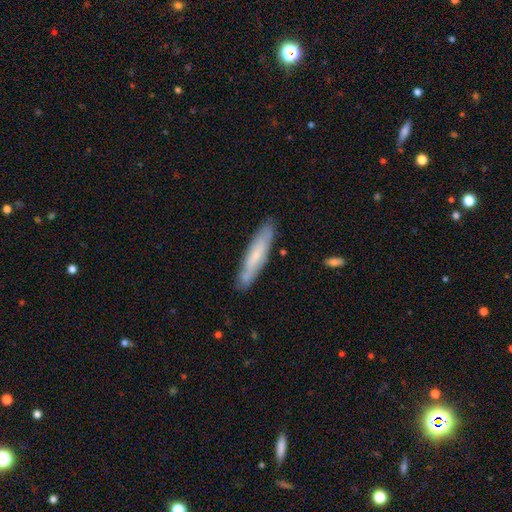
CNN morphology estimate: Q: Smooth or featured?
A: smooth (56%); runner-up: featured or disk (38%)
Q: How rounded?
A: cigar-shaped (85%); runner-up: in between (14%)
Q: Merging?
A: none (82%); runner-up: minor disturbance (13%)